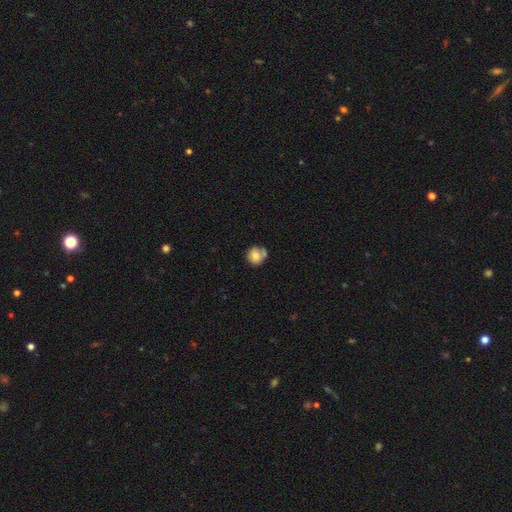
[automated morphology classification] Smooth or featured? smooth (76%)
How rounded? round (82%)
Merging? none (53%)